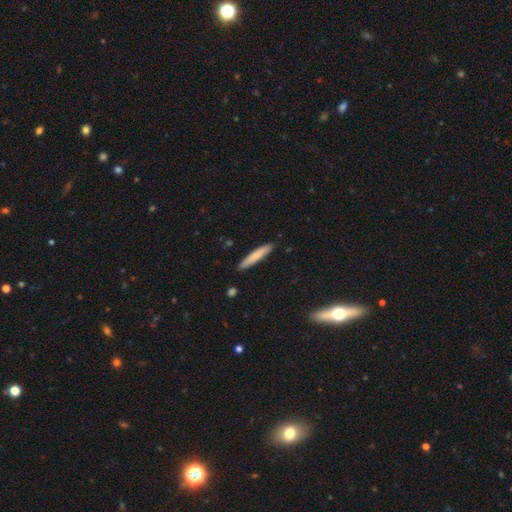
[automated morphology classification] Smooth or featured: smooth — 77% (featured or disk — 18%)
How rounded: cigar-shaped — 93% (in between — 6%)
Merging: none — 90% (minor disturbance — 8%)